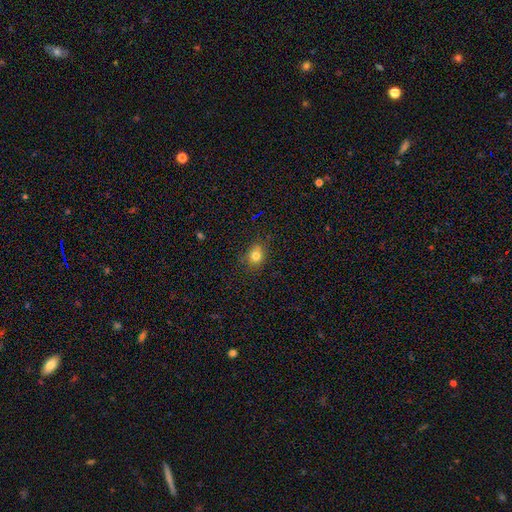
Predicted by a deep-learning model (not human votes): Q: Smooth or featured?
A: smooth (78%); runner-up: star or artifact (15%)
Q: How rounded?
A: round (72%); runner-up: in between (27%)
Q: Merging?
A: none (76%); runner-up: minor disturbance (16%)